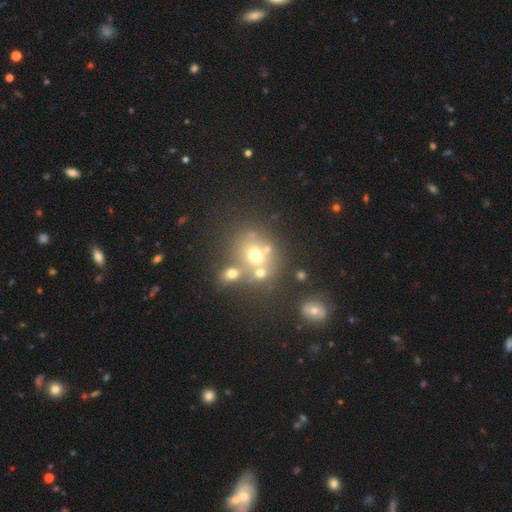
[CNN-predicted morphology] This appears to be a smooth galaxy with no disk features (56%) that is round (72%). Merging: none (50%).